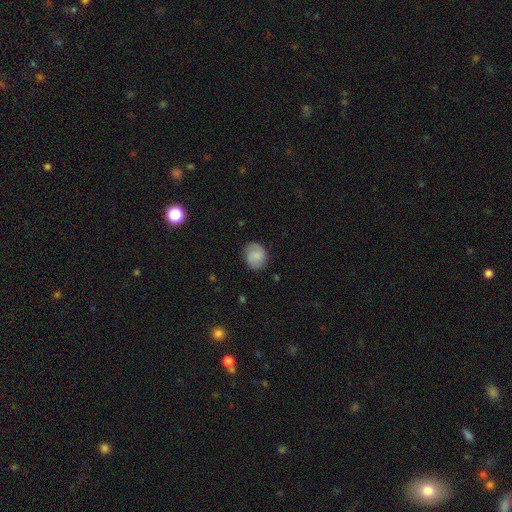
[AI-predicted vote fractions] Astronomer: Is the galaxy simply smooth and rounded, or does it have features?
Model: smooth — 74%.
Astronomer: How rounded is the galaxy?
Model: round — 53% (runner-up: in between, 46%).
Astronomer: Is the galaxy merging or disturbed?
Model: none — 82%.